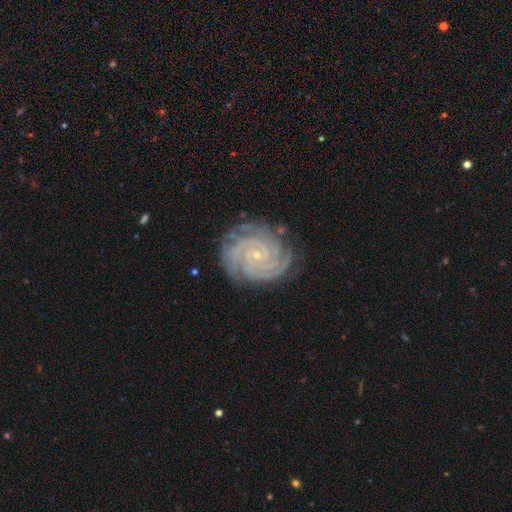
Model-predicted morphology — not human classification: type=featured or disk (90%); edge-on=no (98%); bar=no (70%); spiral arms=yes (99%); winding=tight (86%); arm count=4 (33%); bulge=small (87%); merging=none (83%).